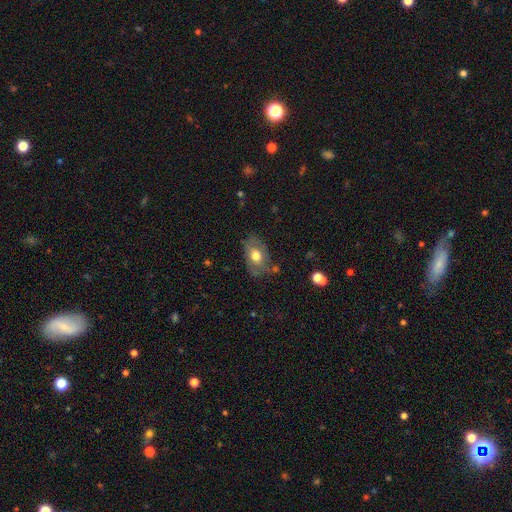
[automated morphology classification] This is possibly a smooth galaxy (58%). How rounded: clearly in between (83%). Merging: likely none (63%).